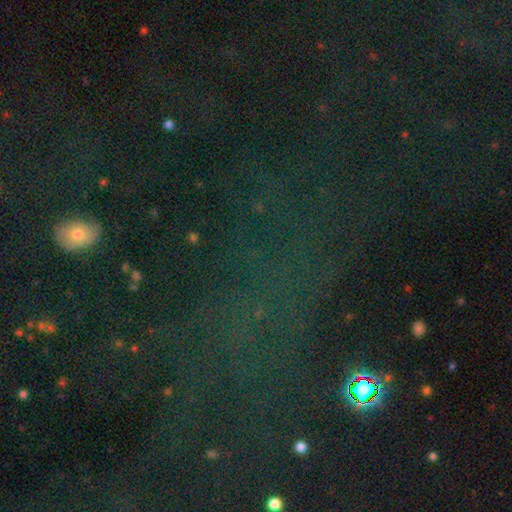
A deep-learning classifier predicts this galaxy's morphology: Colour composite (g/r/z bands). It shows a star or artifact, not a galaxy (64%).